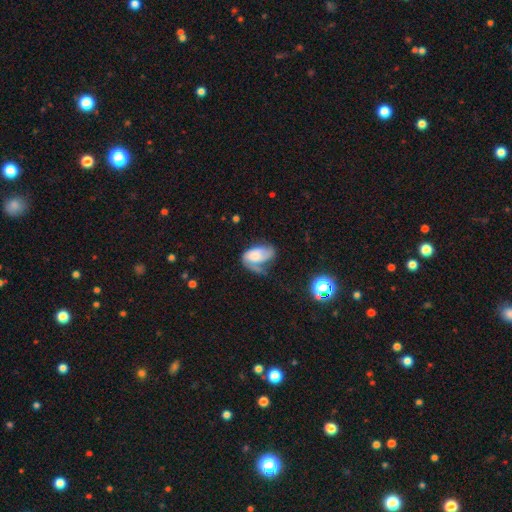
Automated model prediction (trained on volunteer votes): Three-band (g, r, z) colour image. It shows a featured or disk galaxy (46%). Merging: major disturbance (38%).